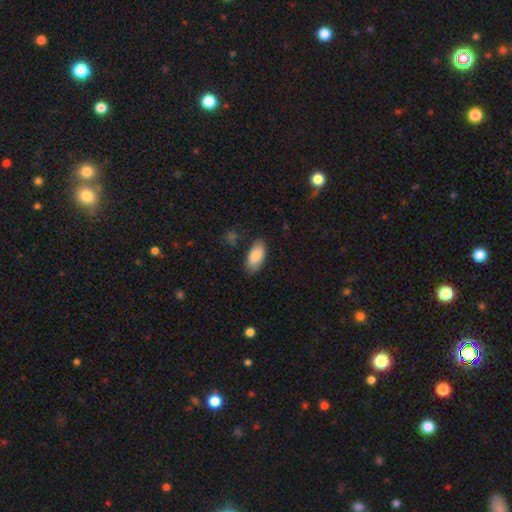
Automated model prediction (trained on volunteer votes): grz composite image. It shows a smooth galaxy with no disk features (86%) that is in between round and cigar-shaped (92%). Merging: none (83%).